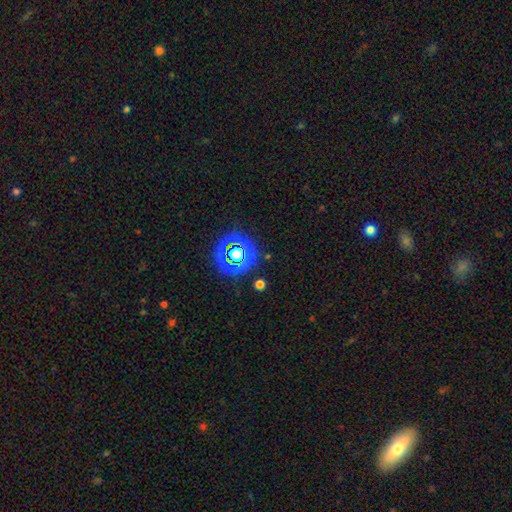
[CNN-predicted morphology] Smooth or featured? star or artifact (70%)